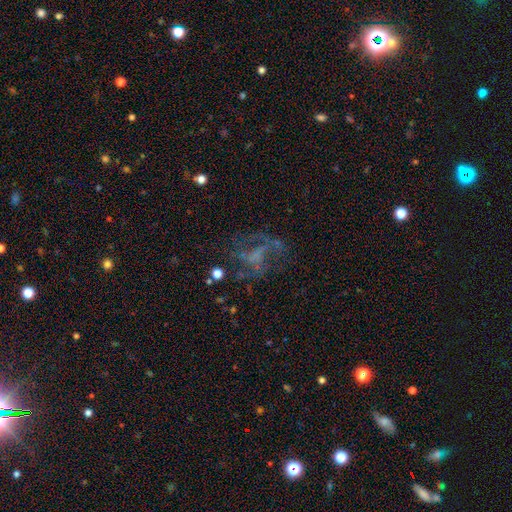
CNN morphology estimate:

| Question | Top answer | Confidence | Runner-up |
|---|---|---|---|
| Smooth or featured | featured or disk | 56% | star or artifact (23%) |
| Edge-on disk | no | 96% | yes (4%) |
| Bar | no | 66% | weak (25%) |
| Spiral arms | no | 58% | yes (42%) |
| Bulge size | none | 66% | small (15%) |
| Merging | none | 49% | major disturbance (32%) |